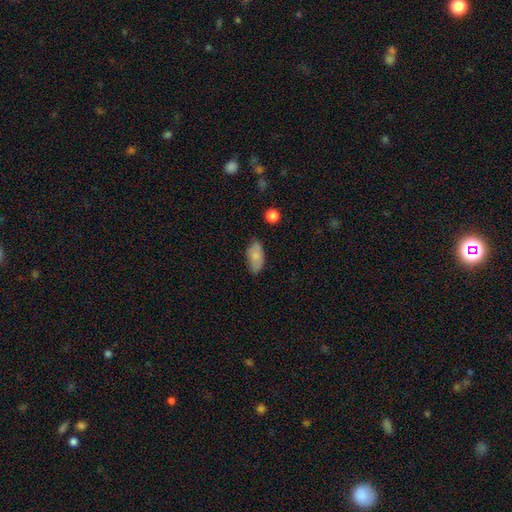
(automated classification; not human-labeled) The model was most divided on "merging": none: 73%, minor disturbance: 20%, major disturbance: 4%, merger: 2%. More confident: how rounded — in between (92%); smooth or featured — smooth (78%).